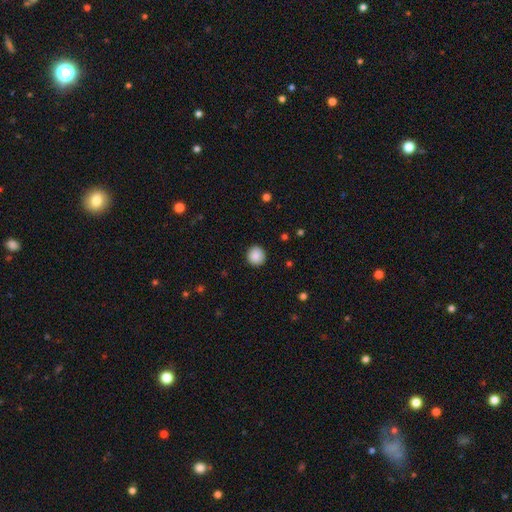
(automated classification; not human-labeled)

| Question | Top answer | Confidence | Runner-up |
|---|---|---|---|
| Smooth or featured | smooth | 88% | star or artifact (9%) |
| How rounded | round | 92% | in between (7%) |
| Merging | none | 91% | minor disturbance (6%) |